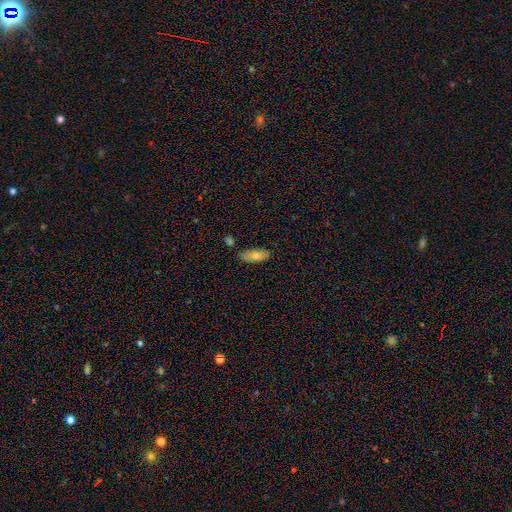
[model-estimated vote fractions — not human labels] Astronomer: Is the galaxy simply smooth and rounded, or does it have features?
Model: smooth — 76%.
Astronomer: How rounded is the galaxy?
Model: in between — 79%.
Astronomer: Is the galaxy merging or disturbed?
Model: none — 79%.